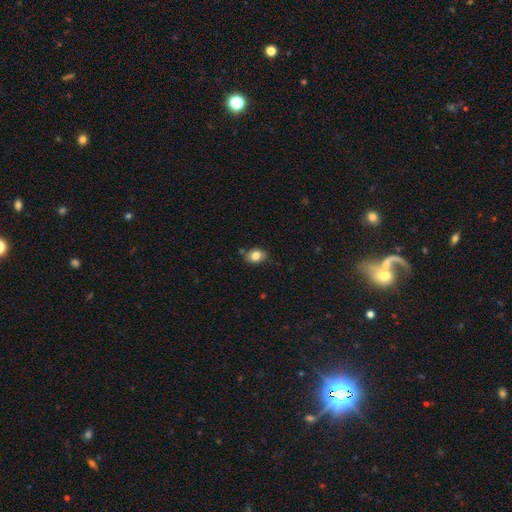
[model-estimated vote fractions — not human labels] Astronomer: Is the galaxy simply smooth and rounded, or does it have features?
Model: smooth — 83%.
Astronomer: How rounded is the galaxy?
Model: in between — 62%.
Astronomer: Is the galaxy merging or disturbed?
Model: none — 76%.